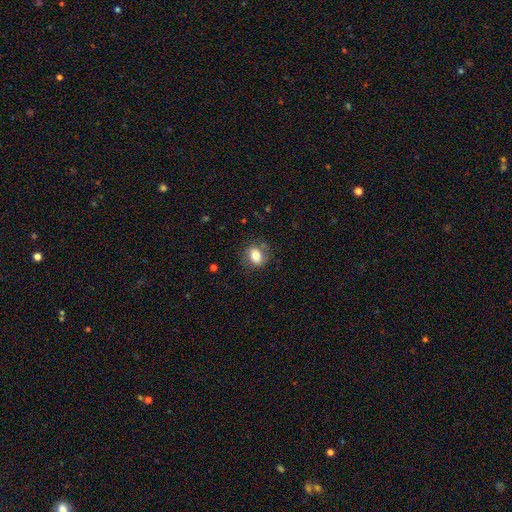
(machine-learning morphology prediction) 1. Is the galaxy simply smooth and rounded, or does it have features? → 78% smooth, 13% featured or disk, 9% star or artifact.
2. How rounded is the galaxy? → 53% in between, 46% round, 1% cigar-shaped.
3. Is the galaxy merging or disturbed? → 76% none, 16% minor disturbance, 6% major disturbance, 2% merger.